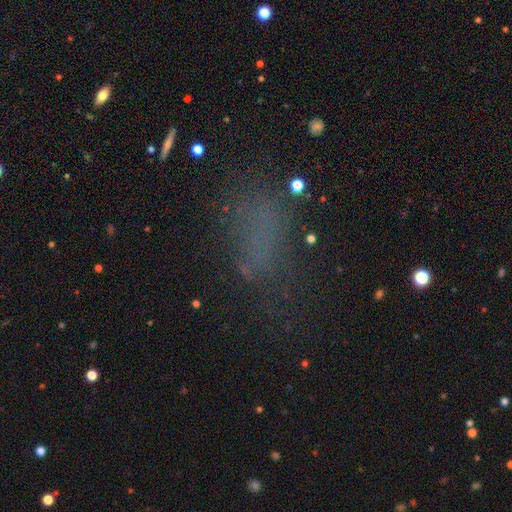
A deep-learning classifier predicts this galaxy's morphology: smooth_or_featured: smooth (p=0.48) [alt: star or artifact p=0.34]
merging: none (p=0.52) [alt: major disturbance p=0.23]